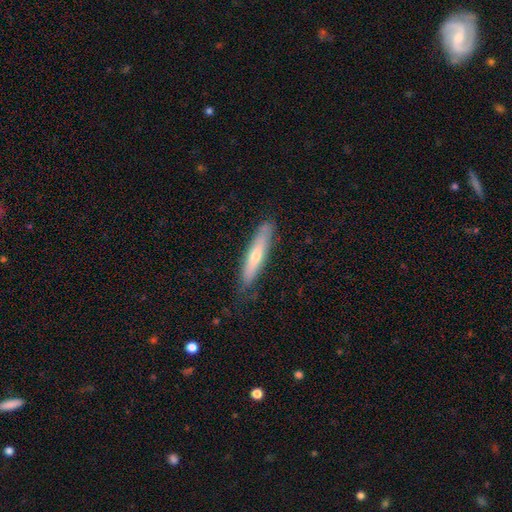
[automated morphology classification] Smooth or featured? Predicted: smooth (p=0.58). How rounded? Predicted: cigar-shaped (p=0.87). Merging? Predicted: none (p=0.82).